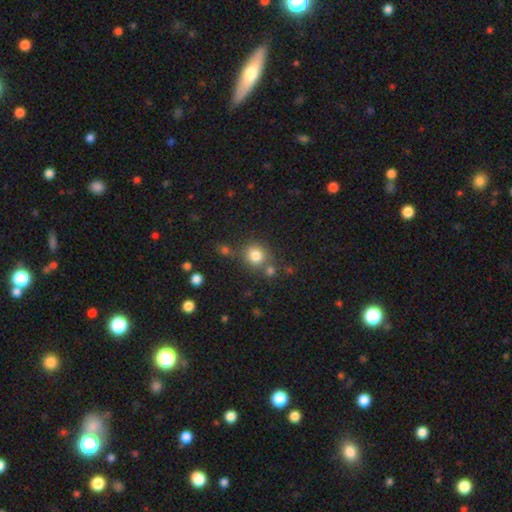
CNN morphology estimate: smooth_or_featured: smooth (p=0.80) [alt: star or artifact p=0.12]
how_rounded: round (p=0.84) [alt: in between p=0.15]
merging: none (p=0.68) [alt: merger p=0.15]